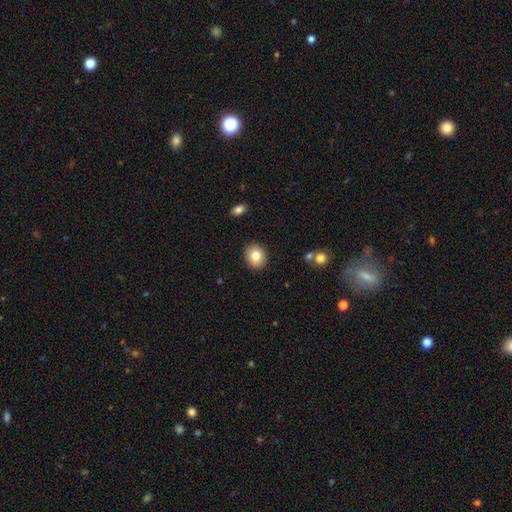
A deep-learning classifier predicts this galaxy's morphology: This appears to be a smooth galaxy with no disk features (81%) that is round (67%). Merging: none (90%).